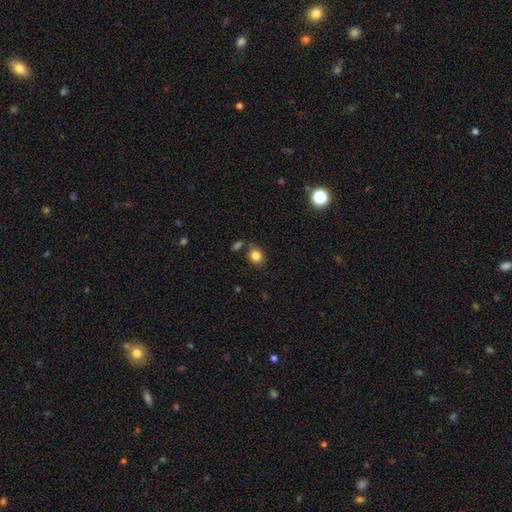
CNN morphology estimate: A smooth galaxy with no disk features (83%) that is round (50%).

Vote fractions:
- Smooth or featured? smooth: 83% / star or artifact: 11% / featured or disk: 6%
- How rounded? round: 50% / in between: 49% / cigar-shaped: 1%
- Merging? none: 72% / minor disturbance: 15% / merger: 8% / major disturbance: 4%